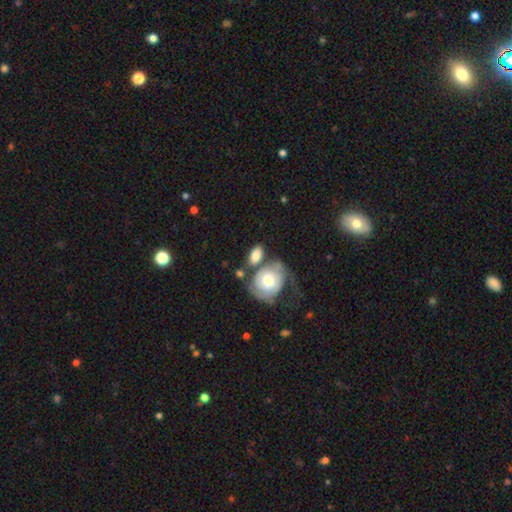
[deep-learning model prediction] Morphology: type=smooth (66%); roundness=in between (75%); merging=none (44%).